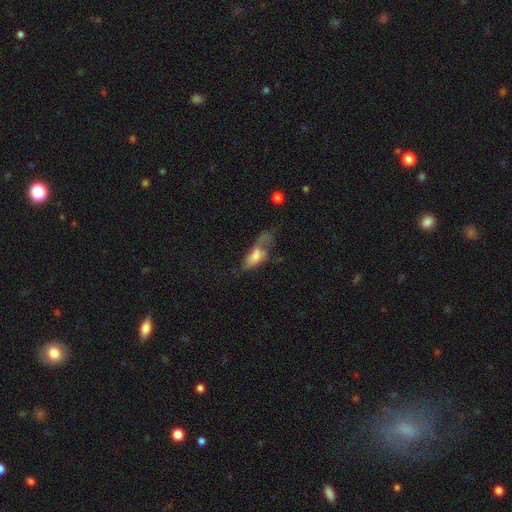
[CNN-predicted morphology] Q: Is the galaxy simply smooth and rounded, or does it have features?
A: smooth — 58%.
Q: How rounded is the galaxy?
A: in between — 78%.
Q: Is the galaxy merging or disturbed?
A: major disturbance — 45%.